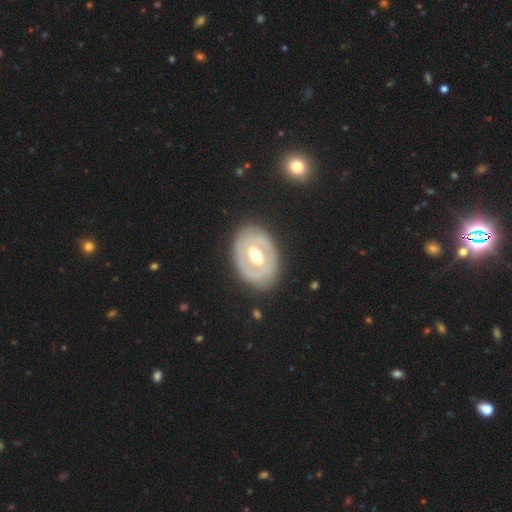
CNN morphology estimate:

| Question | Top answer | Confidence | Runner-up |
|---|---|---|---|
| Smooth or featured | featured or disk | 70% | smooth (26%) |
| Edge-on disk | no | 94% | yes (6%) |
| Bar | no | 40% | weak (36%) |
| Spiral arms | no | 68% | yes (32%) |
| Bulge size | moderate | 73% | large (17%) |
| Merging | none | 80% | minor disturbance (14%) |